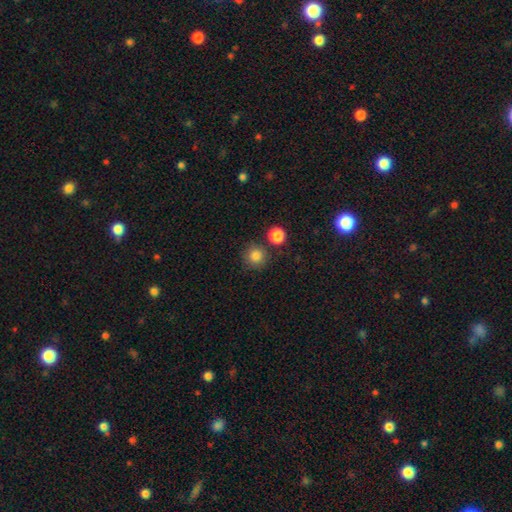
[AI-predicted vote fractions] This is clearly a smooth galaxy (84%). How rounded: clearly round (93%). Merging: clearly none (80%).